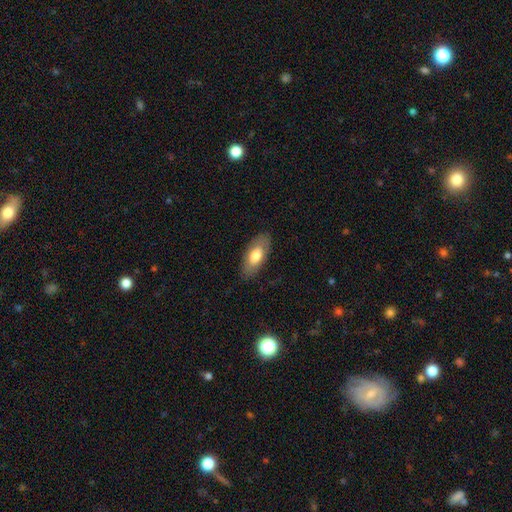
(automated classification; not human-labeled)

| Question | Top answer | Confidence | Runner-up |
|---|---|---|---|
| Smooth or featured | smooth | 72% | featured or disk (22%) |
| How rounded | in between | 85% | cigar-shaped (12%) |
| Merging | none | 84% | minor disturbance (12%) |